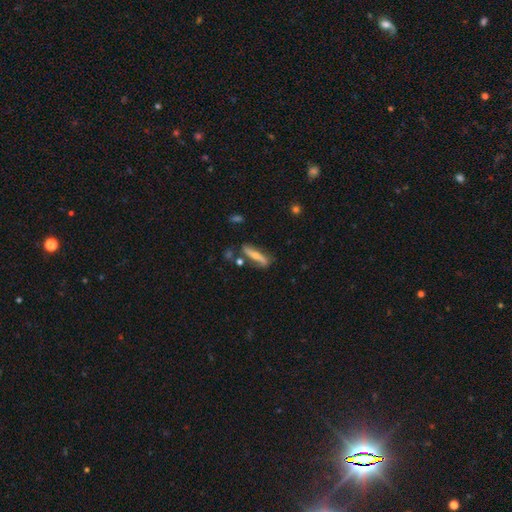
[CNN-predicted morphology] Overall: featured or disk (58%; smooth 35%). Edge-on disk: yes (59%; no 41%). Merging: none (69%).